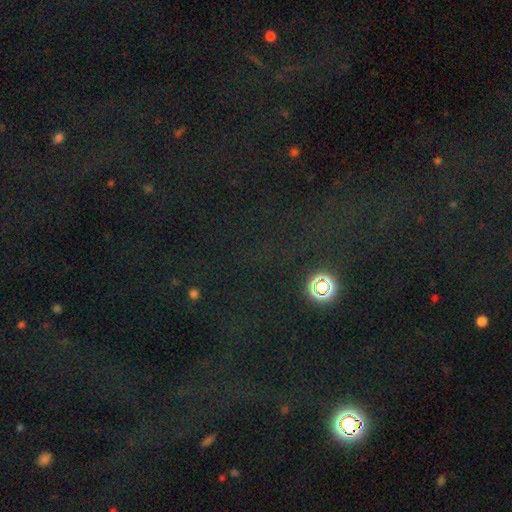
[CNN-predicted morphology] A star or artifact, not a galaxy (73%).